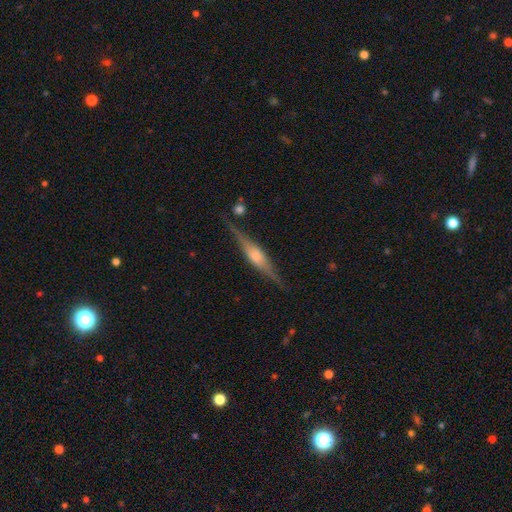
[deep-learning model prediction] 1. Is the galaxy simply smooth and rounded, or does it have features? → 75% featured or disk, 19% smooth, 6% star or artifact.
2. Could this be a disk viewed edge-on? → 97% yes, 3% no.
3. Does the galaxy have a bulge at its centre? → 62% rounded, 31% boxy, 7% none.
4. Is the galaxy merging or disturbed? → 80% none, 14% minor disturbance, 4% major disturbance, 3% merger.